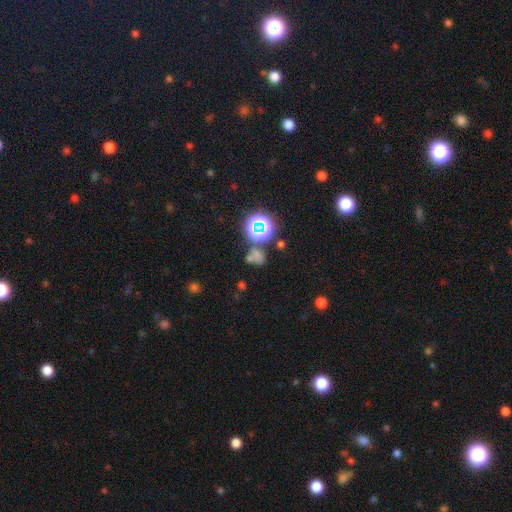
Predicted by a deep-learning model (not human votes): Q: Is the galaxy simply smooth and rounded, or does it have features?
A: smooth — 52%.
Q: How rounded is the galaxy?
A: round — 59%.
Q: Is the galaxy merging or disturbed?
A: none — 48%.